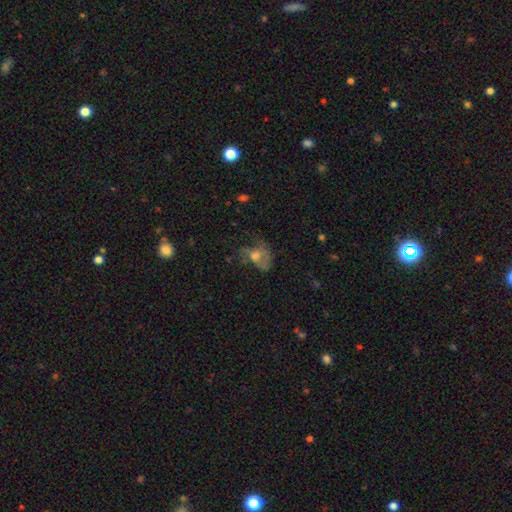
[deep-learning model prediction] This appears to be a featured or disk galaxy (44%). Merging: major disturbance (43%).